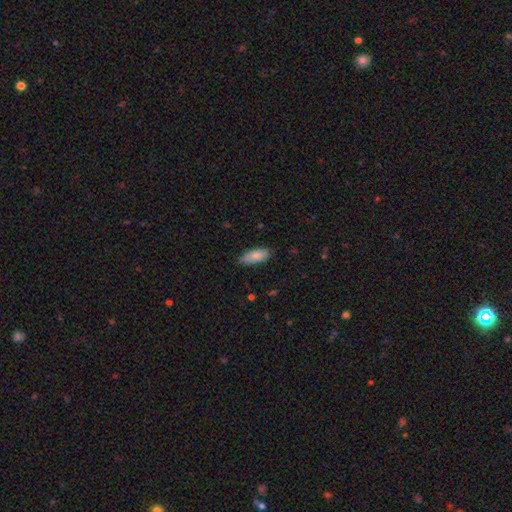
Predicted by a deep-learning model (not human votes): Morphology: type=smooth (86%); roundness=in between (78%); merging=none (79%).